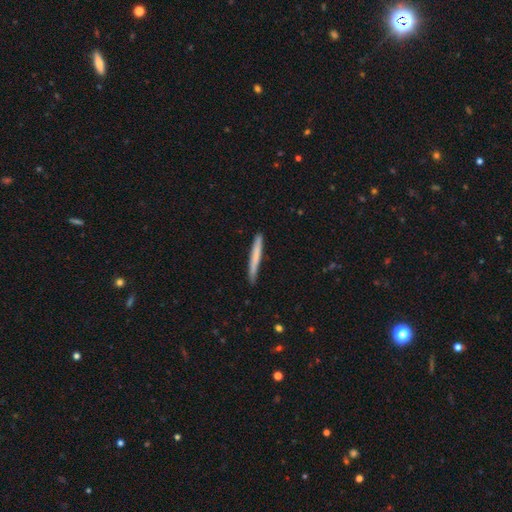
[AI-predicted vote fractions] This appears to be a smooth galaxy with no disk features (68%) that is cigar-shaped (97%). Merging: none (88%).